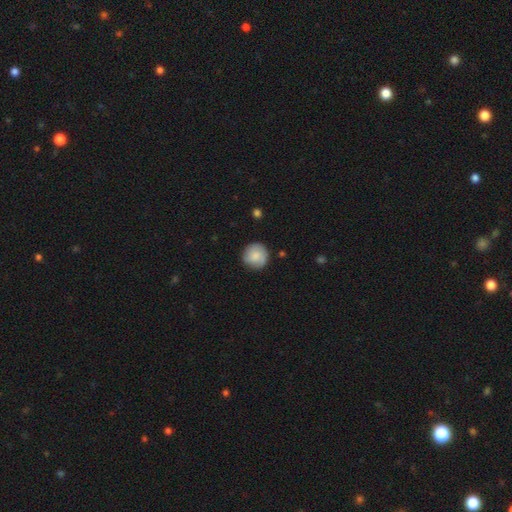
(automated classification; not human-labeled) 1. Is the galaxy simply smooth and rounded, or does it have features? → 79% smooth, 15% featured or disk, 6% star or artifact.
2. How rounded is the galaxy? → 94% round, 5% in between, 1% cigar-shaped.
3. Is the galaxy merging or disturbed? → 85% none, 12% minor disturbance, 3% major disturbance, 1% merger.